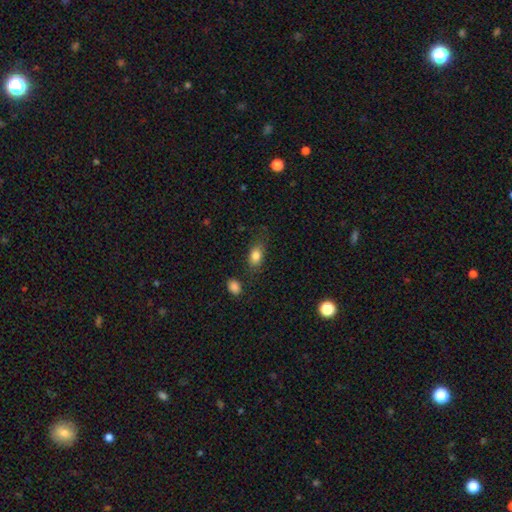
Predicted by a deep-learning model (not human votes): smooth-or-featured: smooth: 83% | featured or disk: 8% | star or artifact: 8%
  how-rounded: in between: 85% | round: 12% | cigar-shaped: 4%
  merging: none: 71% | minor disturbance: 19% | major disturbance: 6% | merger: 4%